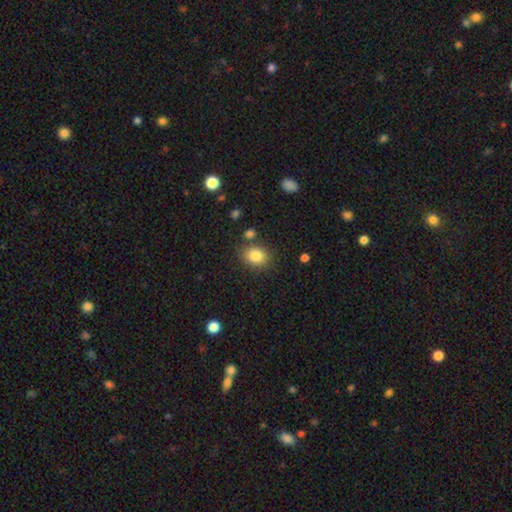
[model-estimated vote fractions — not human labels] Q: Smooth or featured?
A: smooth (84%); runner-up: star or artifact (9%)
Q: How rounded?
A: in between (54%); runner-up: round (45%)
Q: Merging?
A: none (77%); runner-up: minor disturbance (13%)